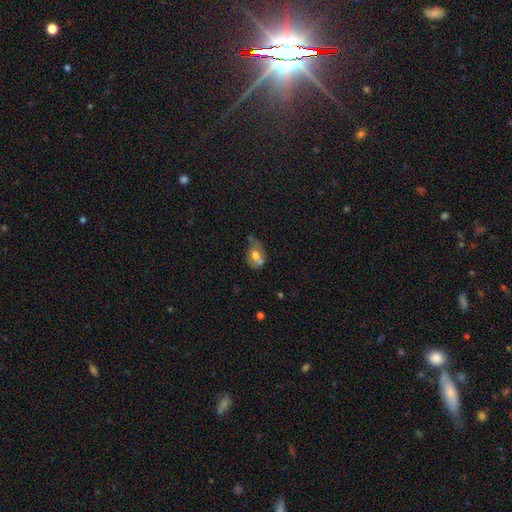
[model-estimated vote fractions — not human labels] Smooth or featured? smooth (57%)
How rounded? in between (68%)
Merging? none (34%)